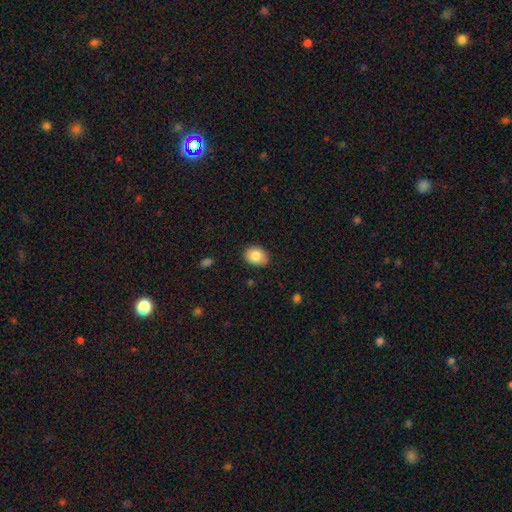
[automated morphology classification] Smooth or featured: smooth — 85% (star or artifact — 8%)
How rounded: in between — 58% (round — 41%)
Merging: none — 83% (minor disturbance — 13%)